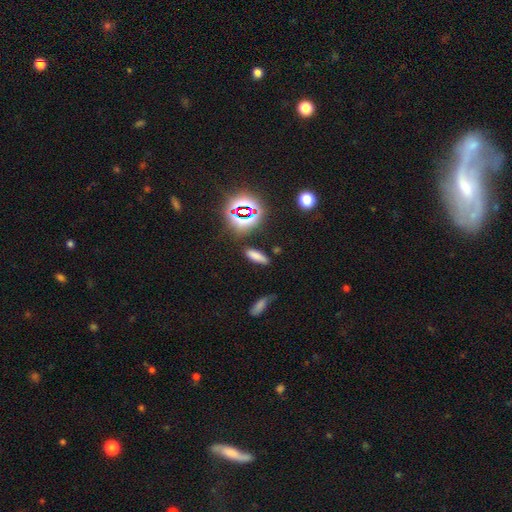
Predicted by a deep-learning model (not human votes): Overall: smooth (71%). How rounded: cigar-shaped (49%; in between 46%). Merging: none (82%).